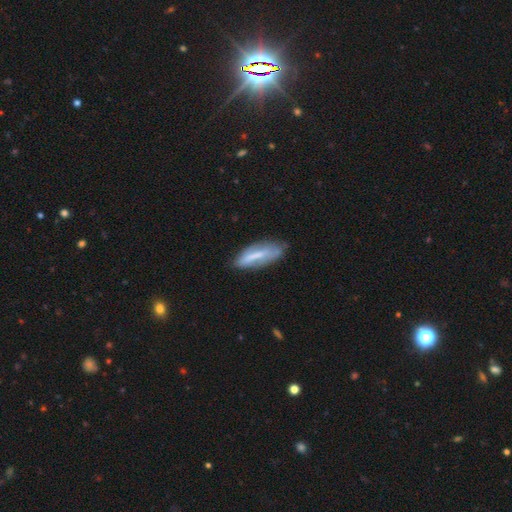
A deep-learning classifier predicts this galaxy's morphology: A smooth galaxy with no disk features (56%) that is cigar-shaped (50%). Merging: none (59%).